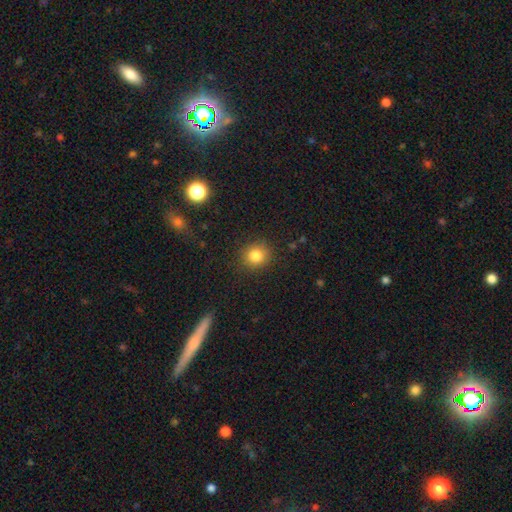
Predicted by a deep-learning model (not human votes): This appears to be a smooth galaxy with no disk features (82%) that is round (86%). Merging: none (88%).